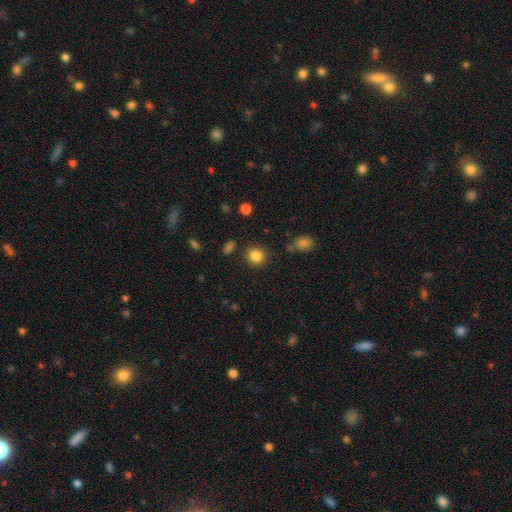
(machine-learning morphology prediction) A smooth galaxy with no disk features (85%) that is round (86%).

Vote fractions:
- Smooth or featured? smooth: 85% / star or artifact: 11% / featured or disk: 4%
- How rounded? round: 86% / in between: 13% / cigar-shaped: 1%
- Merging? none: 85% / minor disturbance: 8% / merger: 4% / major disturbance: 3%